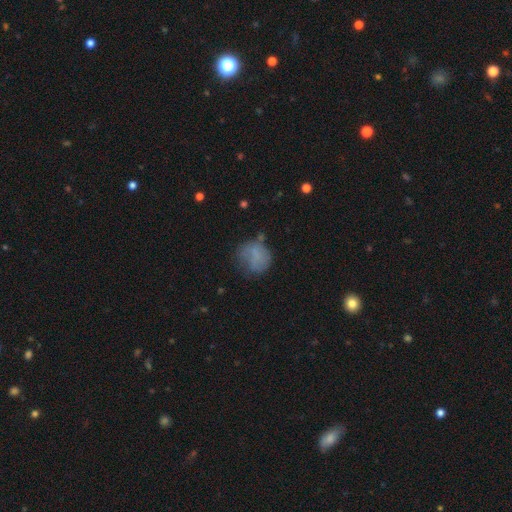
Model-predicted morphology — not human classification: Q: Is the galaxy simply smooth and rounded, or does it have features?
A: smooth — 66%.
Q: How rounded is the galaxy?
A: round — 73%.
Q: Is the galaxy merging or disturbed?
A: none — 49%.